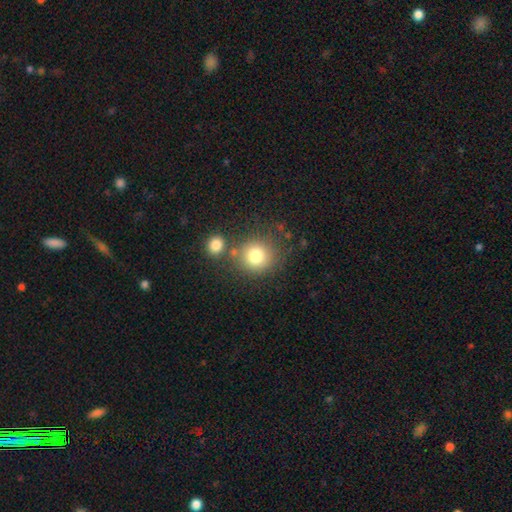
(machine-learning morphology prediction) smooth_or_featured: smooth (p=0.78) [alt: star or artifact p=0.11]
how_rounded: round (p=0.88) [alt: in between p=0.11]
merging: none (p=0.69) [alt: merger p=0.16]